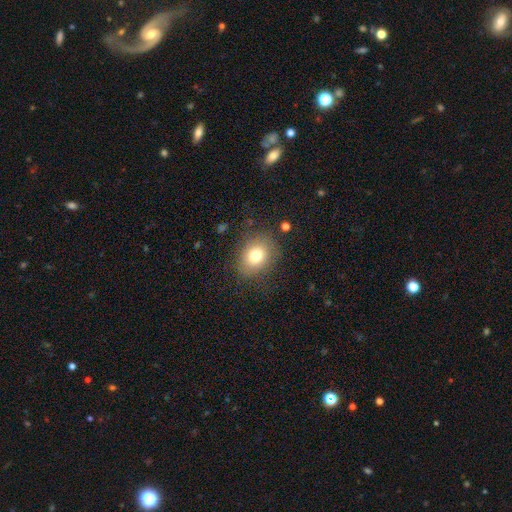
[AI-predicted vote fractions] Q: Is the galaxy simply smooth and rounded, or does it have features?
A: smooth — 79%.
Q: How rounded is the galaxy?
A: in between — 58%.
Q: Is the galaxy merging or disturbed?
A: none — 80%.